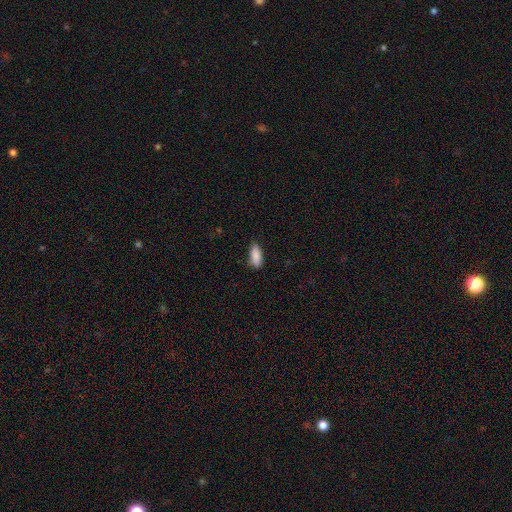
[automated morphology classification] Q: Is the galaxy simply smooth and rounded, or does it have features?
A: smooth — 89%.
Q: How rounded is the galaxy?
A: in between — 81%.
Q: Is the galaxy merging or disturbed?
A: none — 80%.